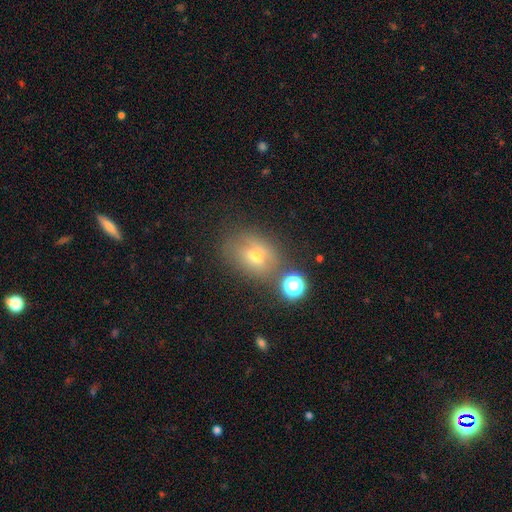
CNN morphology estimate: Smooth or featured?
  - smooth: 54% *
  - featured or disk: 26%
  - star or artifact: 20%
How rounded?
  - in between: 58% *
  - round: 40%
  - cigar-shaped: 2%
Merging?
  - none: 62% *
  - minor disturbance: 20%
  - major disturbance: 9%
  - merger: 9%